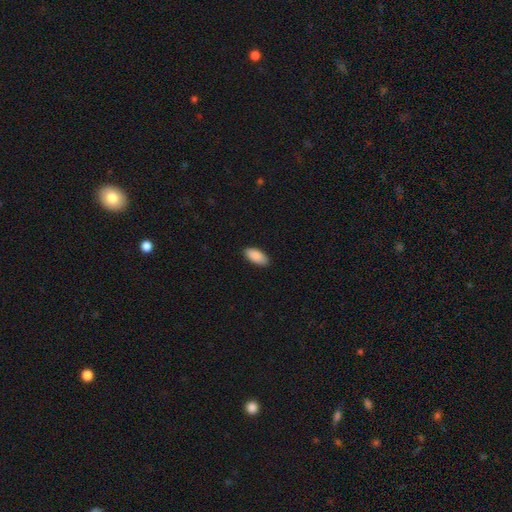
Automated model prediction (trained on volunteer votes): smooth 90%, star or artifact 6%, featured or disk 4%. Down the decision tree: how rounded — in between (91%); merging — none (89%).